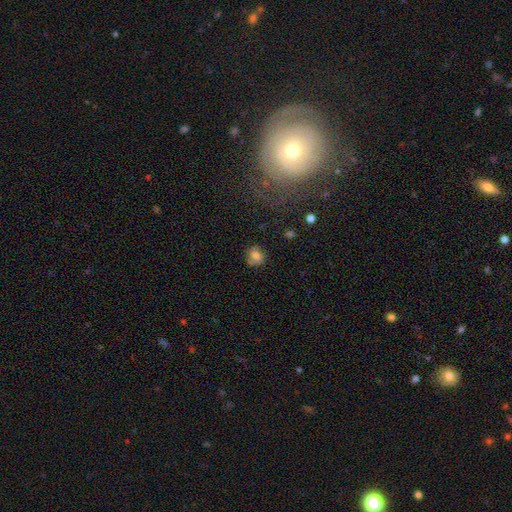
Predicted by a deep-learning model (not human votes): The model was most divided on "how rounded": round: 71%, in between: 28%, cigar-shaped: 1%. More confident: smooth or featured — smooth (73%); merging — none (70%).